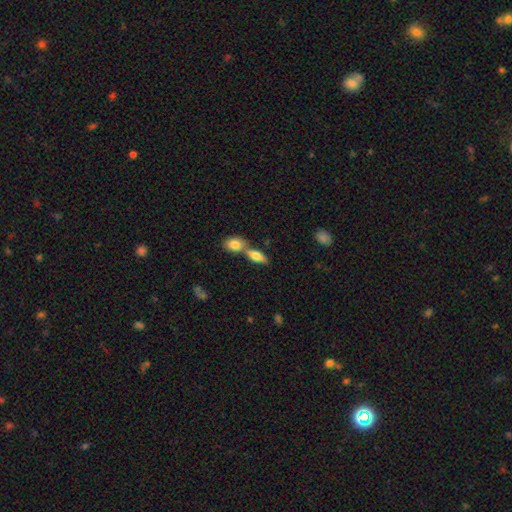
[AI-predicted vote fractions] Smooth or featured? Predicted: smooth (p=0.74). How rounded? Predicted: in between (p=0.73). Merging? Predicted: merger (p=0.47).